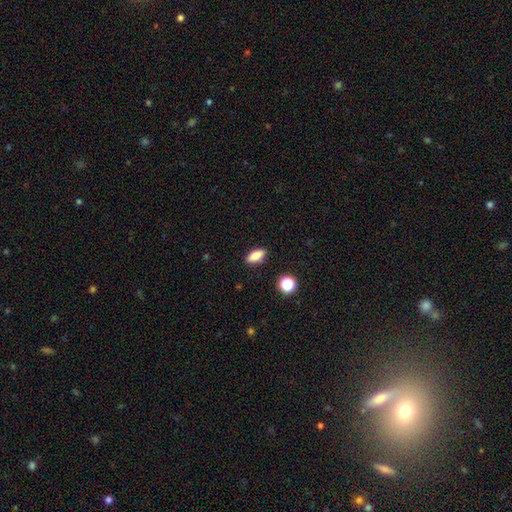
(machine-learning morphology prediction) This is clearly a smooth galaxy (81%). How rounded: likely in between (79%). Merging: clearly none (88%).